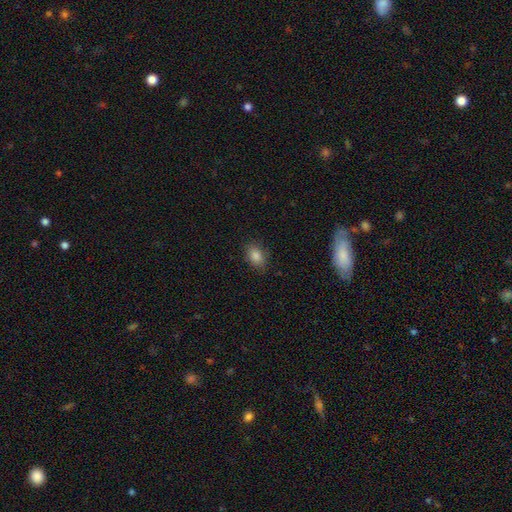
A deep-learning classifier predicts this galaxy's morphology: Smooth or featured? smooth (83%)
How rounded? in between (79%)
Merging? none (83%)